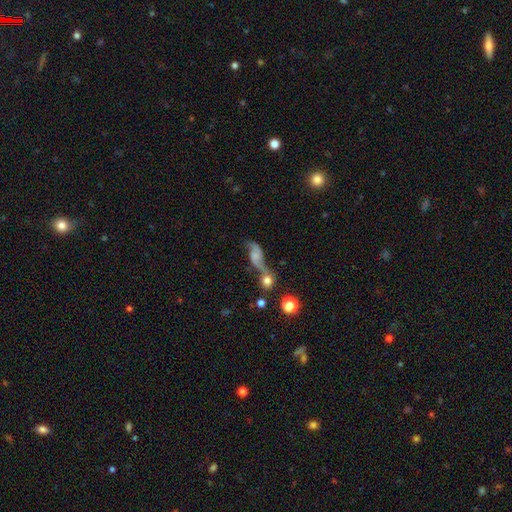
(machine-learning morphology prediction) type=featured or disk (52%); edge-on=no (90%); merging=merger (38%).